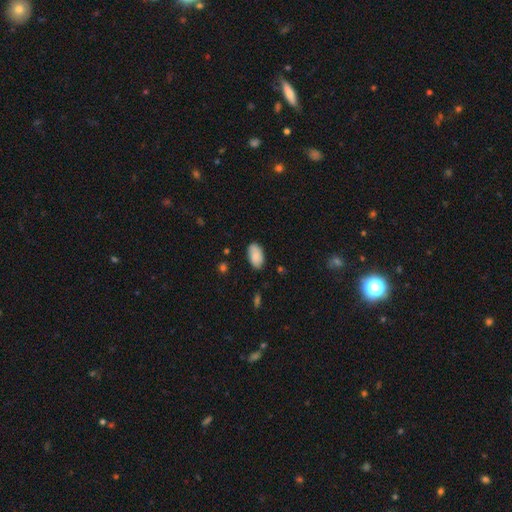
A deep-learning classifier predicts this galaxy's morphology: A smooth galaxy with no disk features (85%) that is in between round and cigar-shaped (95%).

Vote fractions:
- Smooth or featured? smooth: 85% / featured or disk: 9% / star or artifact: 6%
- How rounded? in between: 95% / round: 3% / cigar-shaped: 2%
- Merging? none: 82% / minor disturbance: 14% / major disturbance: 3% / merger: 1%